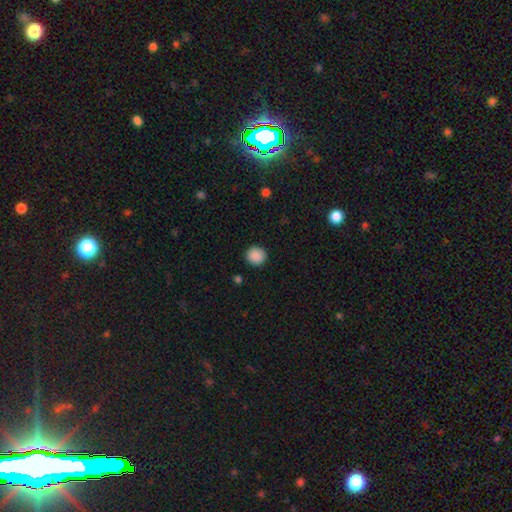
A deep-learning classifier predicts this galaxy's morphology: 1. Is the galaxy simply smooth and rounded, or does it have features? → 89% smooth, 9% star or artifact, 2% featured or disk.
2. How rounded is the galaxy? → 91% round, 8% in between, 1% cigar-shaped.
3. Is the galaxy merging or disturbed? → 91% none, 6% minor disturbance, 2% major disturbance, 1% merger.